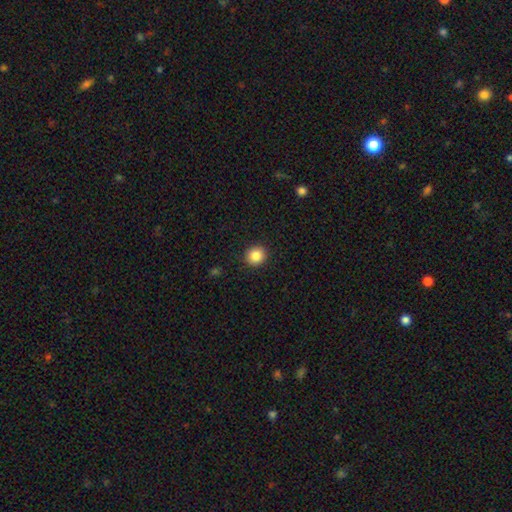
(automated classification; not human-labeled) Smooth or featured? smooth (85%)
How rounded? round (87%)
Merging? none (91%)